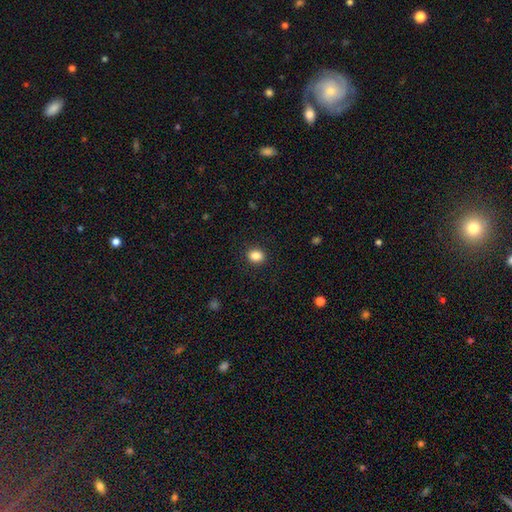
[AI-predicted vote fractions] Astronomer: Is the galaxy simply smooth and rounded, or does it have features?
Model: smooth — 86%.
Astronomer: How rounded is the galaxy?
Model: round — 60% (runner-up: in between, 39%).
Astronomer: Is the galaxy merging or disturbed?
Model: none — 90%.